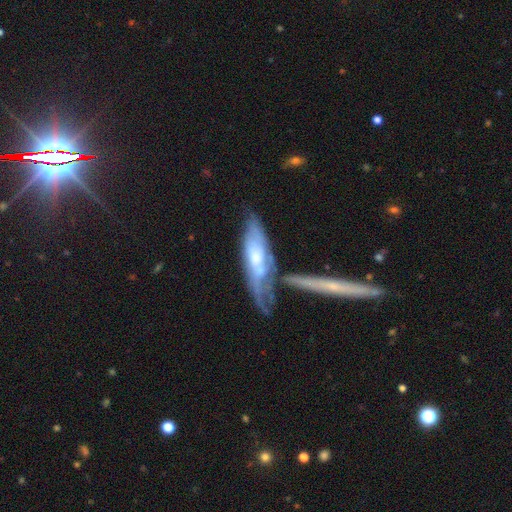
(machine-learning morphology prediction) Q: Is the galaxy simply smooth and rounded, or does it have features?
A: featured or disk — 63%.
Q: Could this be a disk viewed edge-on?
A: yes — 52%.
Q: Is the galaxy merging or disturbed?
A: none — 49%.